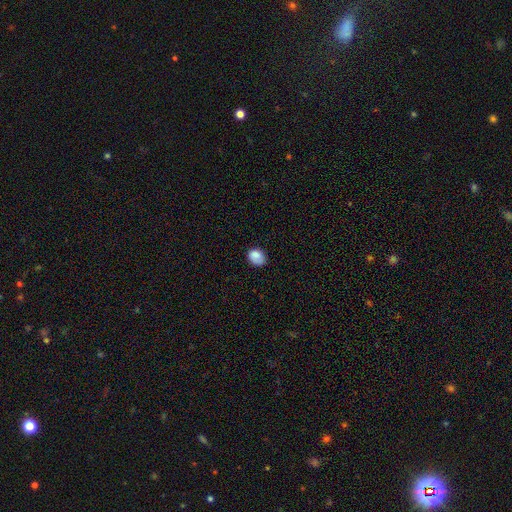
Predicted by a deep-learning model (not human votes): This is clearly a smooth galaxy (82%). How rounded: possibly in between (55%). Merging: likely none (64%).